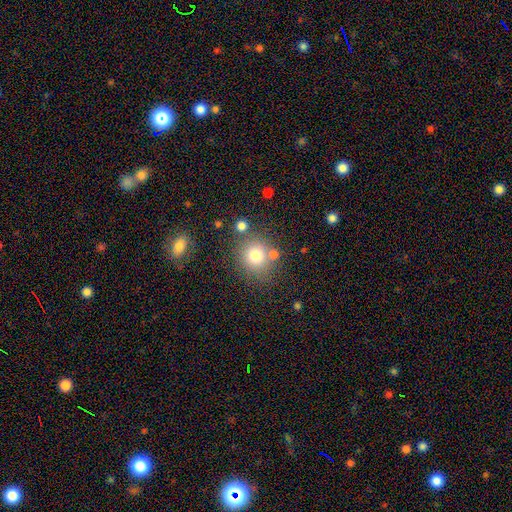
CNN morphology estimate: A smooth galaxy with no disk features (76%) that is round (87%). Merging: none (72%).